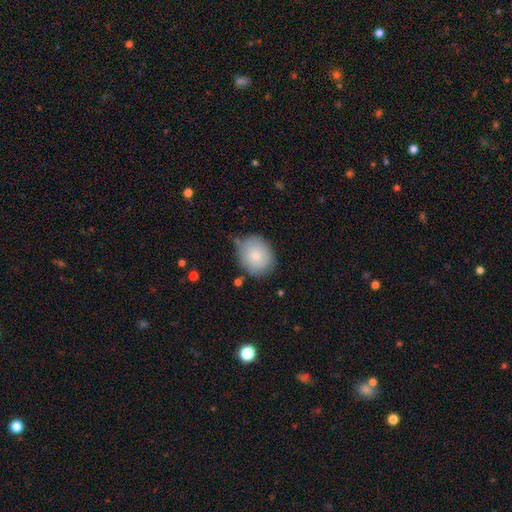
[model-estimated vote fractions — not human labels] A smooth galaxy with no disk features (74%) that is round (66%).

Vote fractions:
- Smooth or featured? smooth: 74% / featured or disk: 19% / star or artifact: 7%
- How rounded? round: 66% / in between: 33% / cigar-shaped: 1%
- Merging? none: 66% / minor disturbance: 25% / major disturbance: 5% / merger: 3%